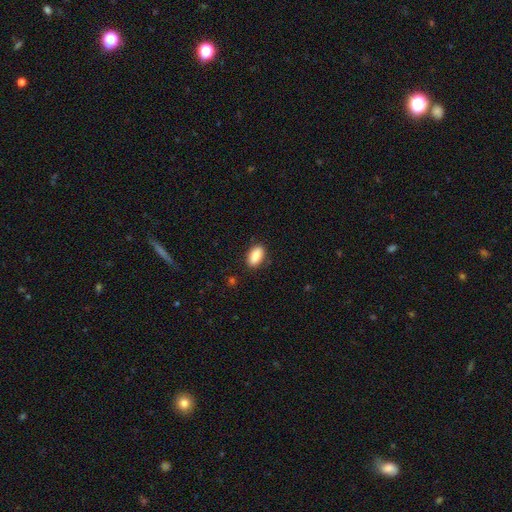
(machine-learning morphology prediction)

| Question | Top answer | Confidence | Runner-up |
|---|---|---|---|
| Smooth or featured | smooth | 87% | star or artifact (7%) |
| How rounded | in between | 91% | round (5%) |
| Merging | none | 86% | minor disturbance (10%) |